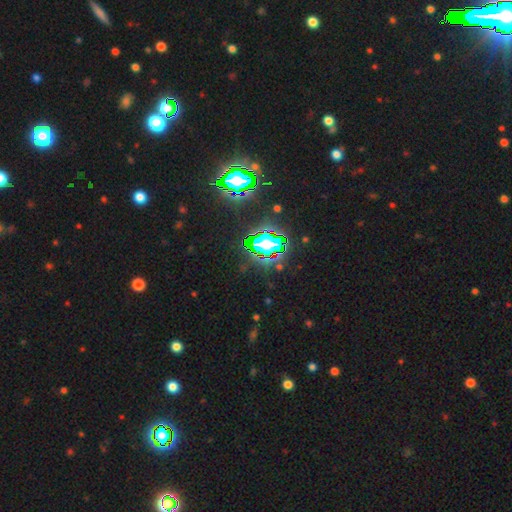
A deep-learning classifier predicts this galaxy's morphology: This appears to be a star or artifact, not a galaxy (83%).